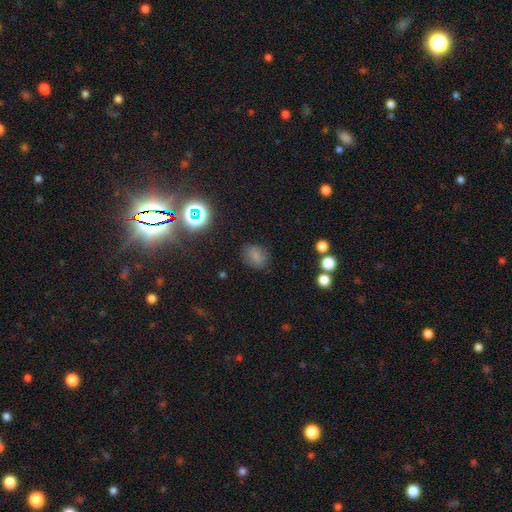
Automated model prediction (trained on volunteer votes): A smooth galaxy with no disk features (76%) that is in between round and cigar-shaped (54%). Merging: none (82%).